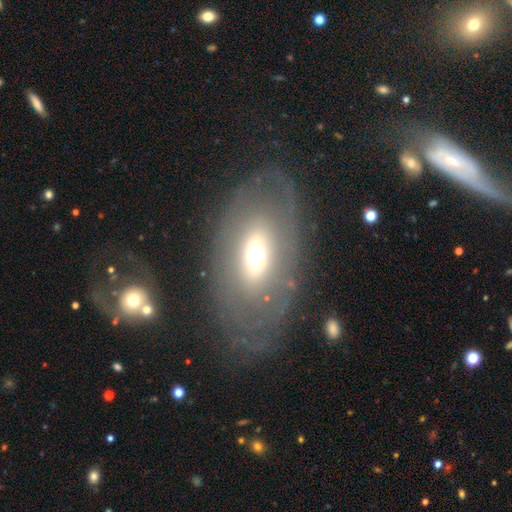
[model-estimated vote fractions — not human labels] Smooth or featured?
  - featured or disk: 54% *
  - smooth: 35%
  - star or artifact: 11%
Edge-on disk?
  - no: 82% *
  - yes: 18%
Merging?
  - none: 65% *
  - major disturbance: 16%
  - minor disturbance: 16%
  - merger: 3%